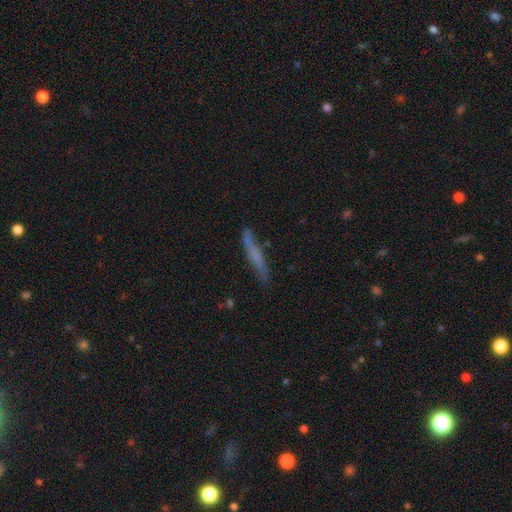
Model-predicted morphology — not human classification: Q: Smooth or featured?
A: smooth (52%); runner-up: featured or disk (40%)
Q: How rounded?
A: cigar-shaped (92%); runner-up: in between (6%)
Q: Merging?
A: none (70%); runner-up: minor disturbance (20%)